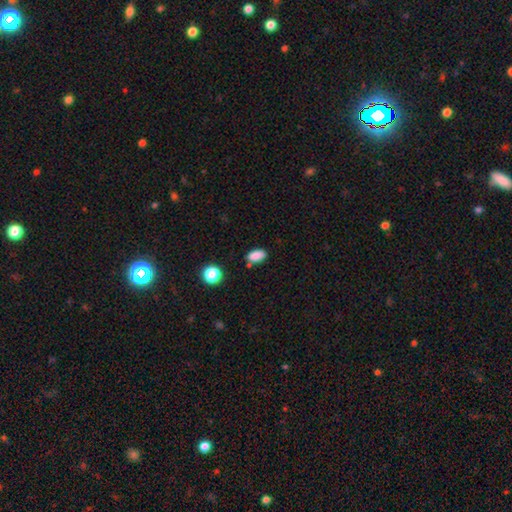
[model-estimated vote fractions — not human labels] Smooth or featured?
  - smooth: 86% *
  - star or artifact: 10%
  - featured or disk: 4%
How rounded?
  - in between: 90% *
  - round: 7%
  - cigar-shaped: 3%
Merging?
  - none: 78% *
  - minor disturbance: 14%
  - merger: 5%
  - major disturbance: 3%